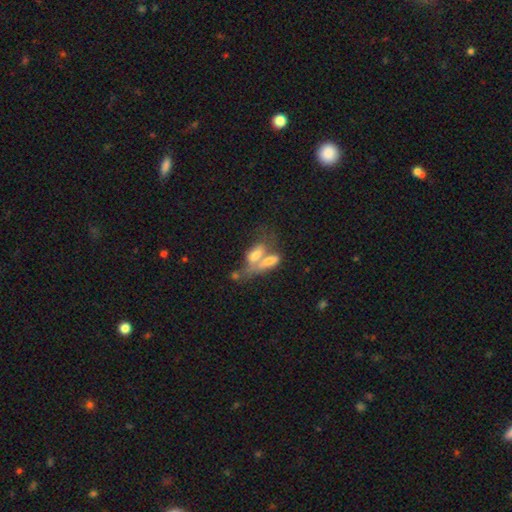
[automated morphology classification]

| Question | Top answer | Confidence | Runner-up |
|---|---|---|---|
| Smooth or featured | smooth | 61% | featured or disk (30%) |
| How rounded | in between | 77% | cigar-shaped (19%) |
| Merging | merger | 66% | none (17%) |